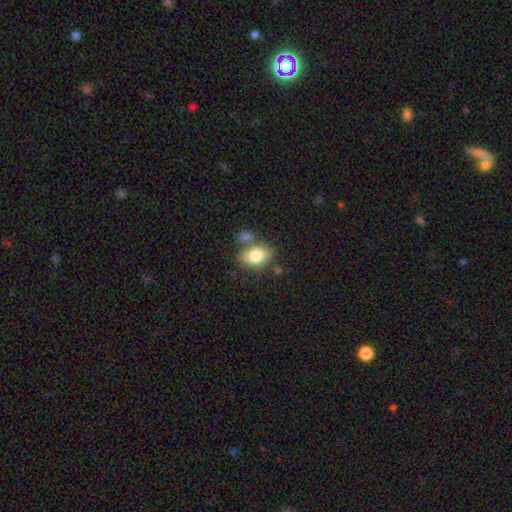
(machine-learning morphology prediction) smooth_or_featured: smooth (p=0.80) [alt: featured or disk p=0.12]
how_rounded: in between (p=0.80) [alt: round p=0.19]
merging: none (p=0.61) [alt: merger p=0.18]